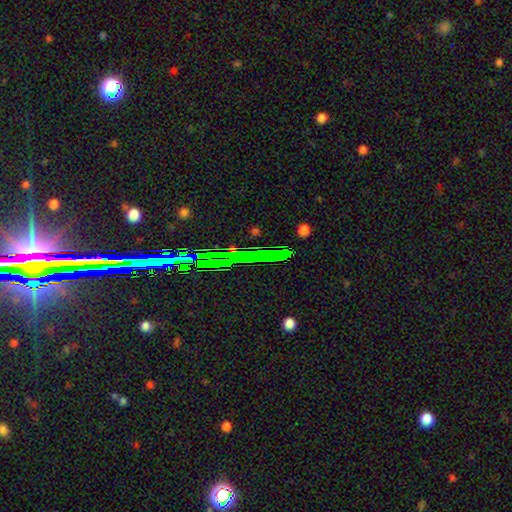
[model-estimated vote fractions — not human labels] Overall: star or artifact (77%).